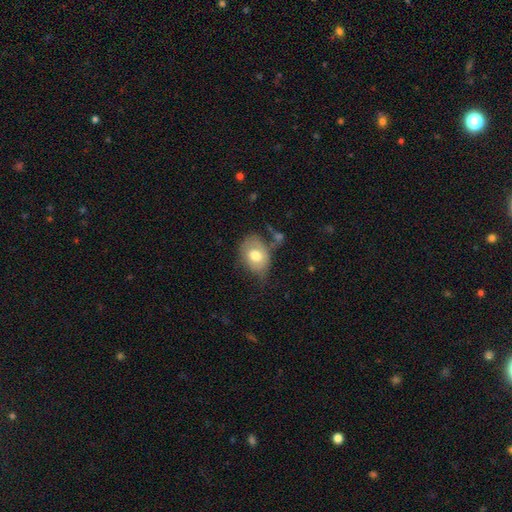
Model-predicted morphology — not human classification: Overall: smooth (68%). How rounded: in between (68%; round 31%). Merging: none (45%; minor disturbance 32%).